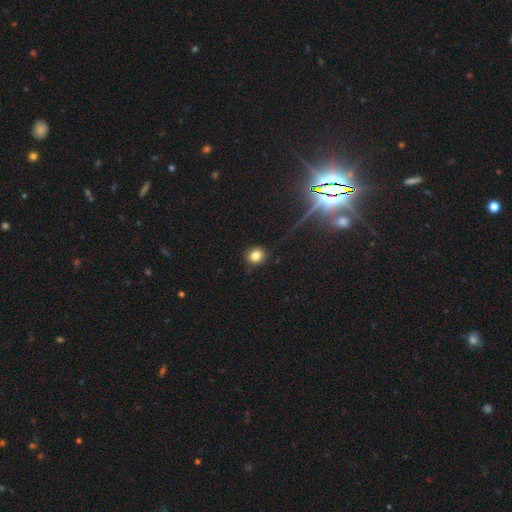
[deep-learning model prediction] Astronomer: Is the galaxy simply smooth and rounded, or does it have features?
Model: smooth — 81%.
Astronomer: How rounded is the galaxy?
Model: round — 81%.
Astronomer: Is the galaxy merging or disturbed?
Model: none — 87%.